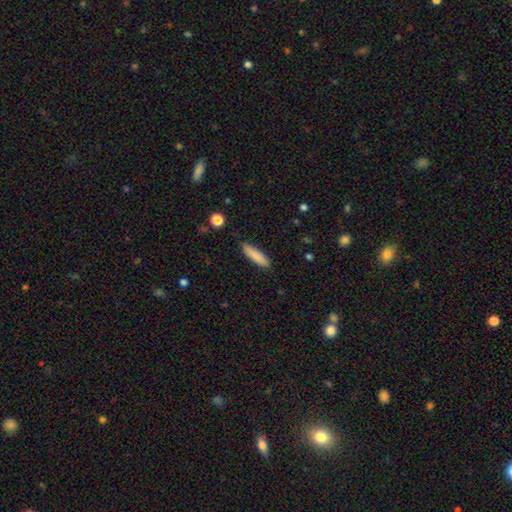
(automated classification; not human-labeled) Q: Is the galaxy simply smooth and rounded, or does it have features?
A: smooth — 85%.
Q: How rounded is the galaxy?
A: cigar-shaped — 71%.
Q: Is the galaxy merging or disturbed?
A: none — 86%.